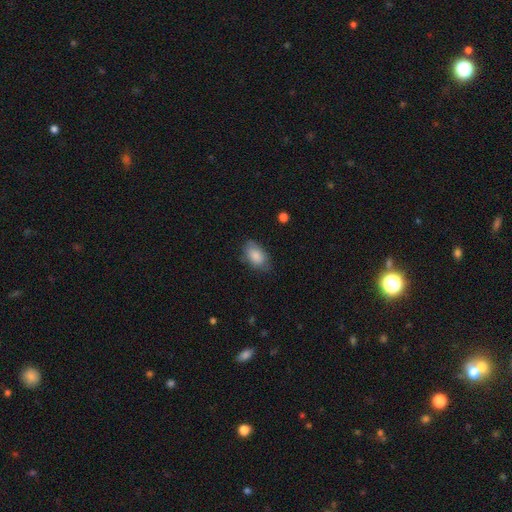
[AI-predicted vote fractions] Smooth or featured? Predicted: smooth (p=0.85). How rounded? Predicted: in between (p=0.92). Merging? Predicted: none (p=0.68).